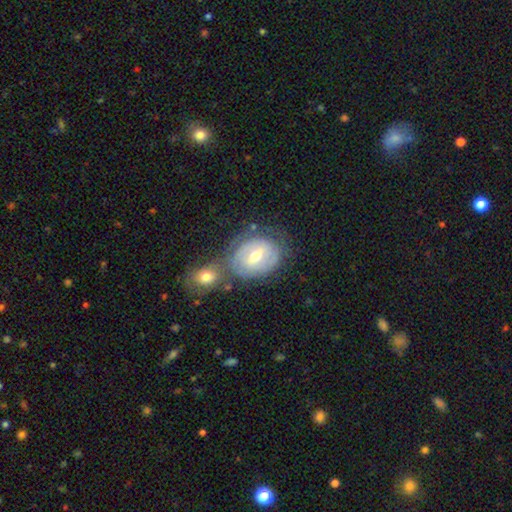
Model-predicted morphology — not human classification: Smooth or featured? featured or disk (58%)
Edge-on disk? no (95%)
Bar? weak (46%)
Spiral arms? yes (58%)
Bulge size? moderate (75%)
Merging? none (46%)